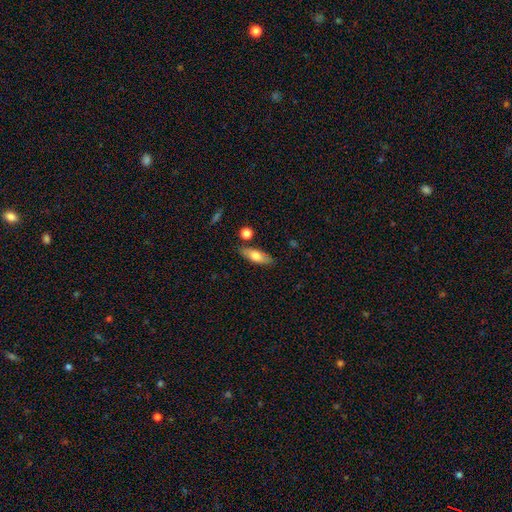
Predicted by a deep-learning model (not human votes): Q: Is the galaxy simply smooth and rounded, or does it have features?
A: smooth — 70%.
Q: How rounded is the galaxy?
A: in between — 66%.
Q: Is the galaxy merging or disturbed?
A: none — 80%.